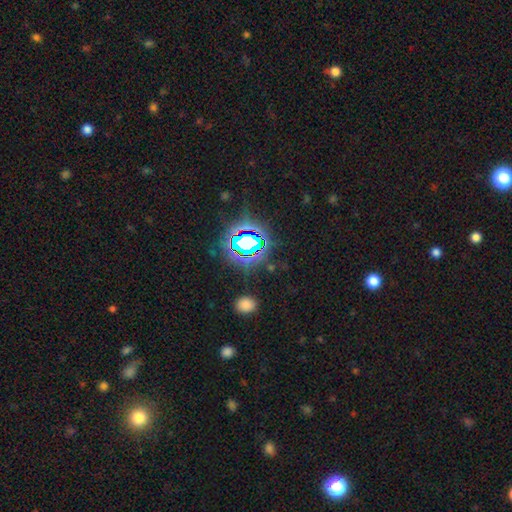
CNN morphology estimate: type=star or artifact (80%).